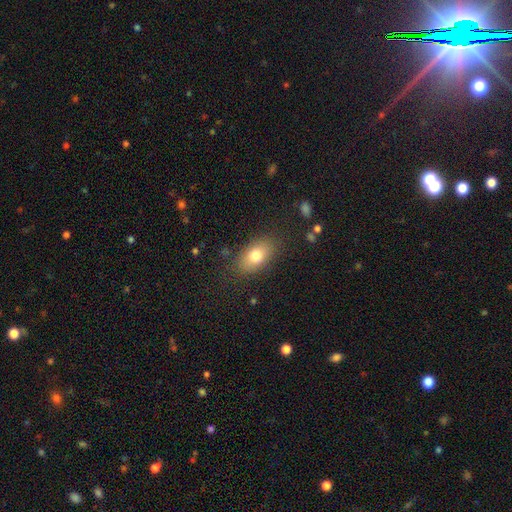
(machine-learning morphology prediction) type=smooth (77%); roundness=in between (87%); merging=none (81%).